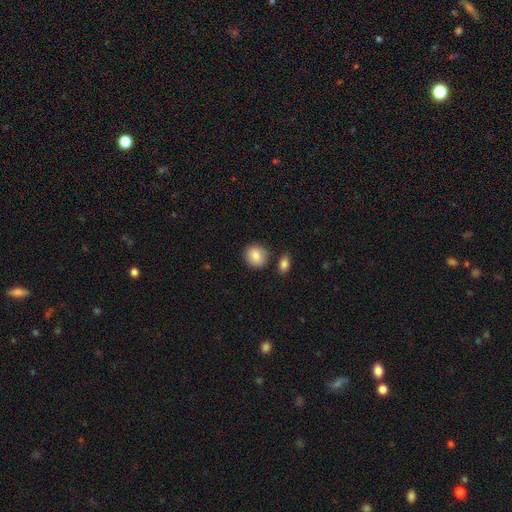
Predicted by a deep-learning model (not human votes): Overall: smooth (86%). How rounded: round (81%). Merging: none (79%).